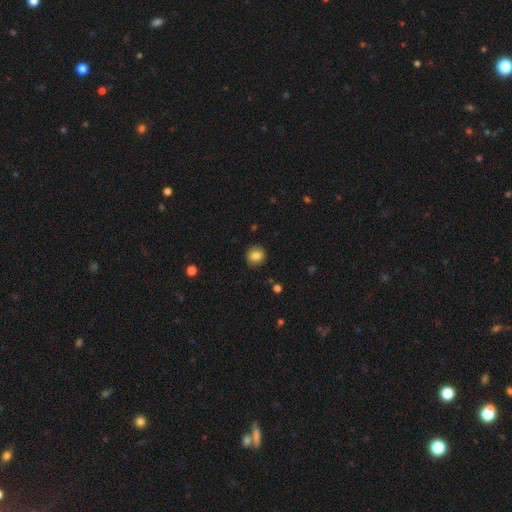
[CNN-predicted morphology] Smooth or featured: smooth — 84% (star or artifact — 9%)
How rounded: round — 89% (in between — 10%)
Merging: none — 91% (minor disturbance — 6%)